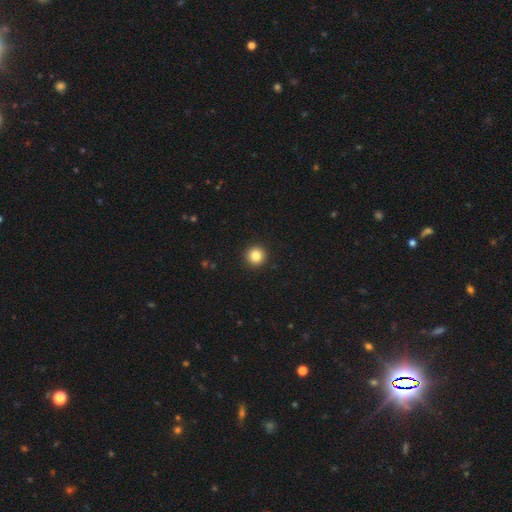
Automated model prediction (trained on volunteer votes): Q: Smooth or featured?
A: smooth (85%); runner-up: star or artifact (11%)
Q: How rounded?
A: round (95%); runner-up: in between (4%)
Q: Merging?
A: none (93%); runner-up: minor disturbance (4%)